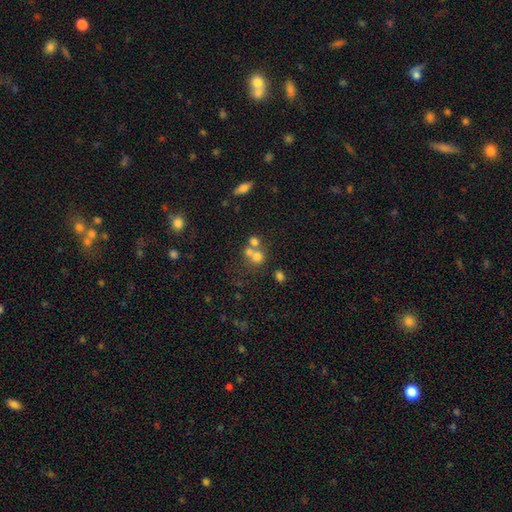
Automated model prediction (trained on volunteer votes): This is likely a smooth galaxy (64%). How rounded: clearly round (81%). Merging: possibly merger (52%).